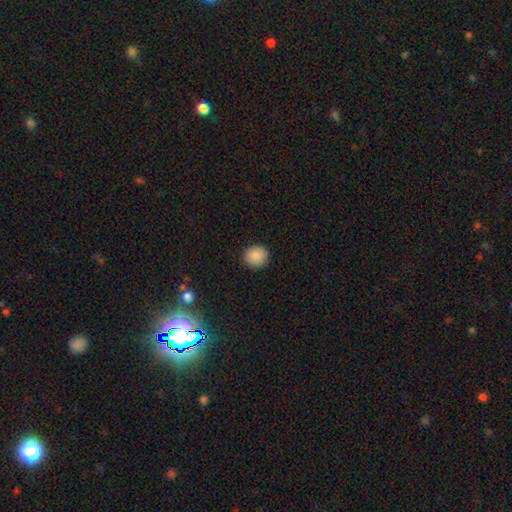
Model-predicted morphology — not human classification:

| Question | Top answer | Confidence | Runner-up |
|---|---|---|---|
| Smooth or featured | smooth | 88% | star or artifact (9%) |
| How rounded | round | 87% | in between (12%) |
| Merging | none | 91% | minor disturbance (6%) |